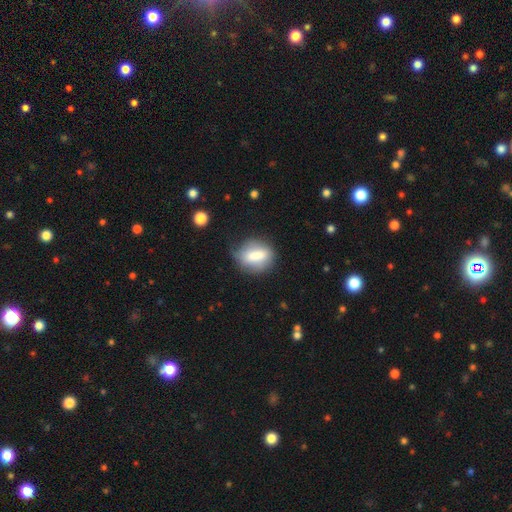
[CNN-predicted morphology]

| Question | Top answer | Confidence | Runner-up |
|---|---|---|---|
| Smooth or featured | smooth | 73% | featured or disk (19%) |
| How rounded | in between | 59% | round (35%) |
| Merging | none | 59% | minor disturbance (26%) |